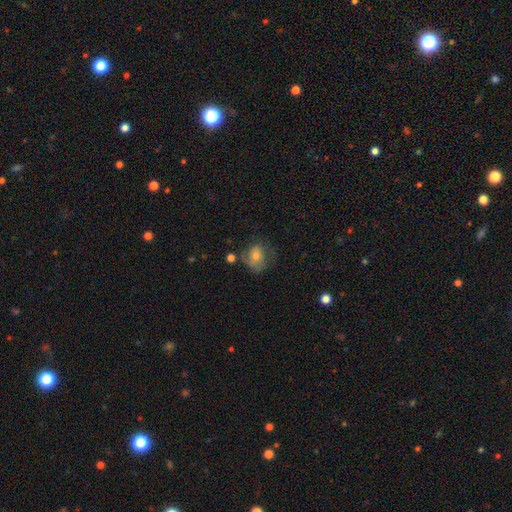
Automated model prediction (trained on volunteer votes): The model was most divided on "how rounded": round: 51%, in between: 47%, cigar-shaped: 1%. Remaining: smooth or featured — smooth (52%); merging — none (48%).